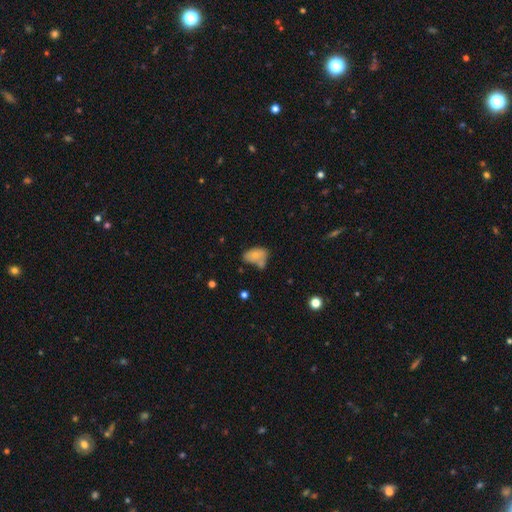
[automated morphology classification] The model was most divided on "merging": none: 37%, merger: 27%, minor disturbance: 26%, major disturbance: 11%. More confident: how rounded — in between (86%); smooth or featured — smooth (75%).